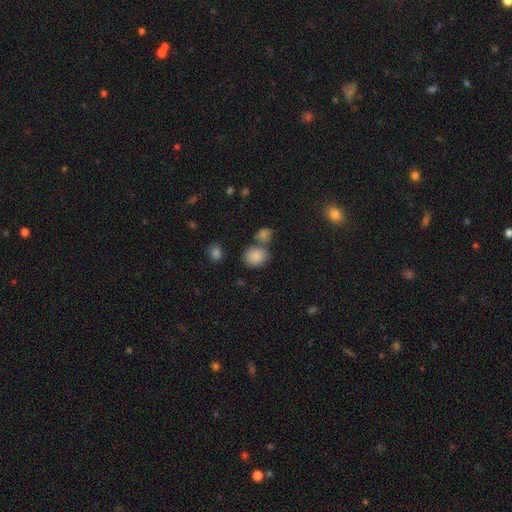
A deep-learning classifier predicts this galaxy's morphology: type=smooth (85%); roundness=round (62%); merging=none (56%).